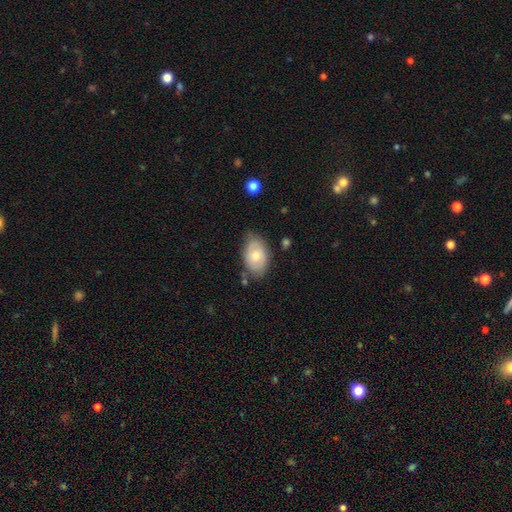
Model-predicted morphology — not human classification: A smooth galaxy with no disk features (64%) that is in between round and cigar-shaped (88%). Merging: none (66%).